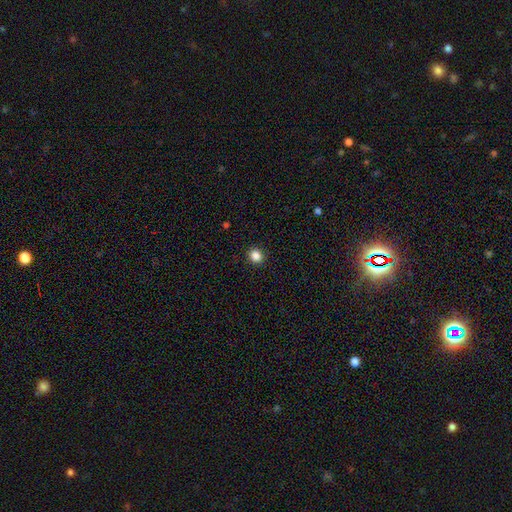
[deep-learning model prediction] smooth 85%, star or artifact 11%, featured or disk 3%. Down the decision tree: how rounded — round (81%); merging — none (92%).